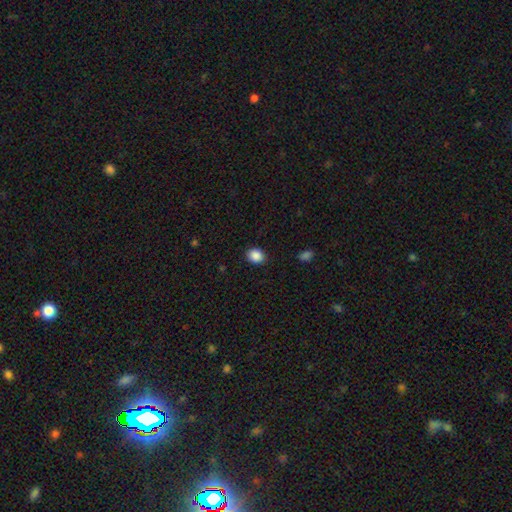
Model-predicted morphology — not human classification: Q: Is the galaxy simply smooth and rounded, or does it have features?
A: smooth — 88%.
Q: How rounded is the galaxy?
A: round — 52%.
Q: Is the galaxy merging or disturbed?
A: none — 88%.